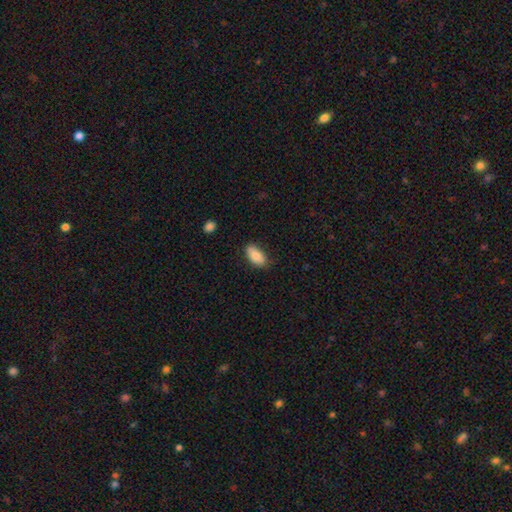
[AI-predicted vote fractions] smooth_or_featured: smooth (p=0.81) [alt: featured or disk p=0.12]
how_rounded: in between (p=0.90) [alt: cigar-shaped p=0.07]
merging: none (p=0.80) [alt: minor disturbance p=0.16]